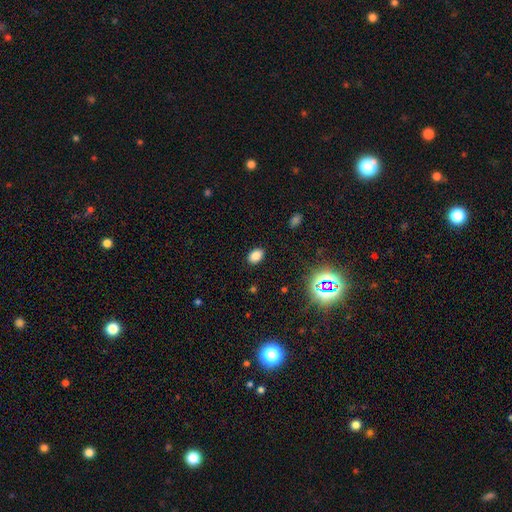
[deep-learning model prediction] Morphology: type=smooth (81%); roundness=in between (80%); merging=none (88%).